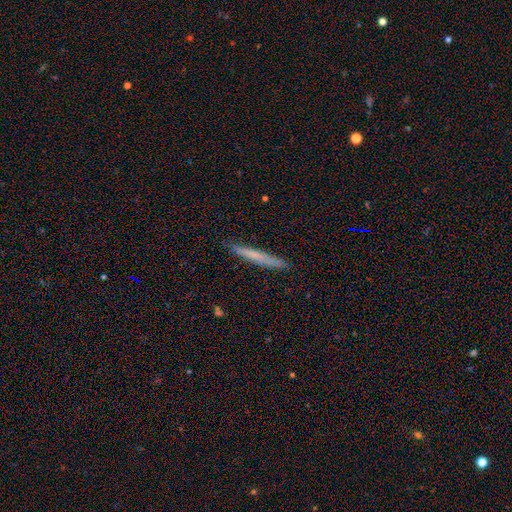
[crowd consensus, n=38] Smooth or featured: smooth — 66% (featured or disk — 29%)
How rounded: cigar-shaped — 100%
Merging: none — 86% (minor disturbance — 14%)